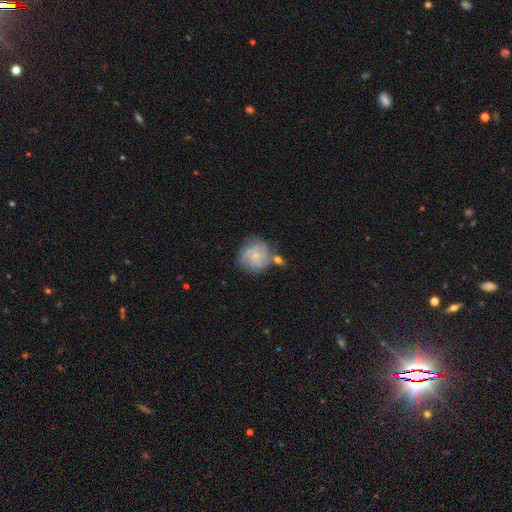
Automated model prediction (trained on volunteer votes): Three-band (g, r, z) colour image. It shows a featured or disk galaxy (59%) with no bar (78%), spiral arms (80%) and a small central bulge (74%). Merging: none (55%).